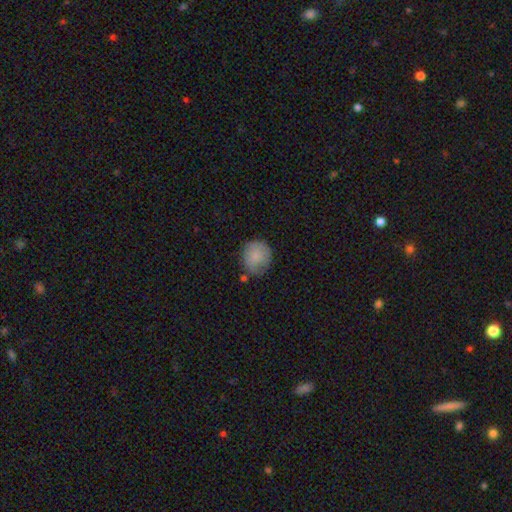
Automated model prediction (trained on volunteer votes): A smooth galaxy with no disk features (83%) that is round (84%). Merging: none (65%).